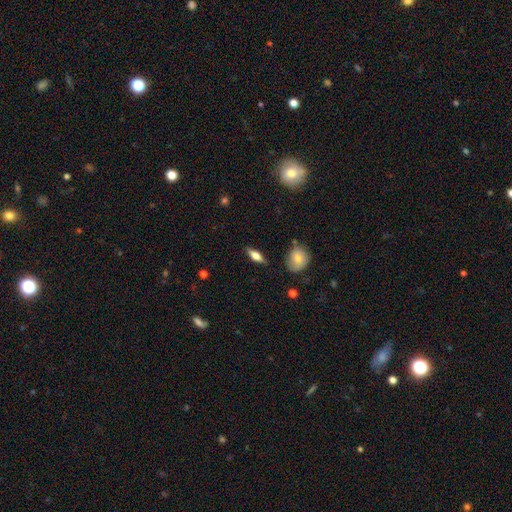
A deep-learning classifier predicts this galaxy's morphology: This appears to be a smooth galaxy with no disk features (57%) that is in between round and cigar-shaped (60%). Merging: none (85%).